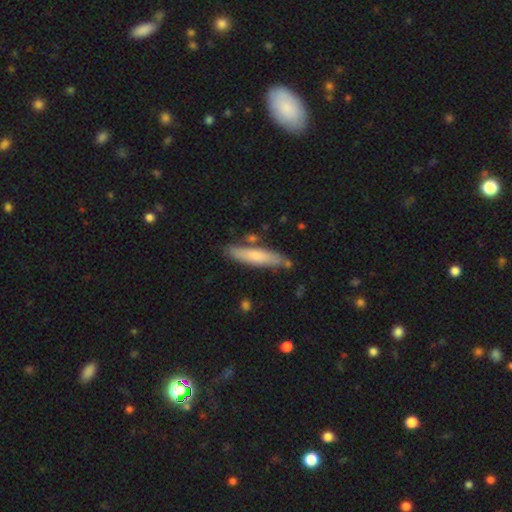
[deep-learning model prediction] smooth-or-featured: smooth: 70% | featured or disk: 25% | star or artifact: 5%
  how-rounded: cigar-shaped: 83% | in between: 16% | round: 1%
  merging: none: 78% | minor disturbance: 14% | merger: 6% | major disturbance: 3%